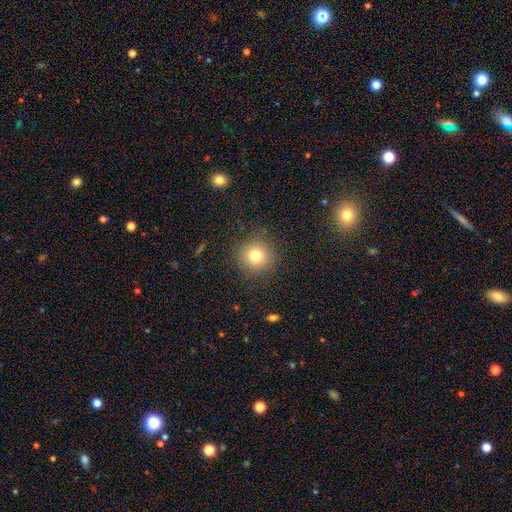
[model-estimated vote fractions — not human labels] Smooth or featured: smooth — 77% (star or artifact — 13%)
How rounded: round — 93% (in between — 6%)
Merging: none — 88% (minor disturbance — 8%)